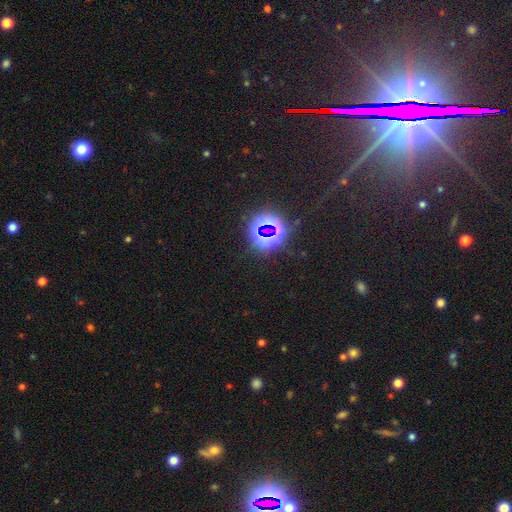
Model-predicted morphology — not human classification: Q: Smooth or featured?
A: star or artifact (82%); runner-up: featured or disk (10%)